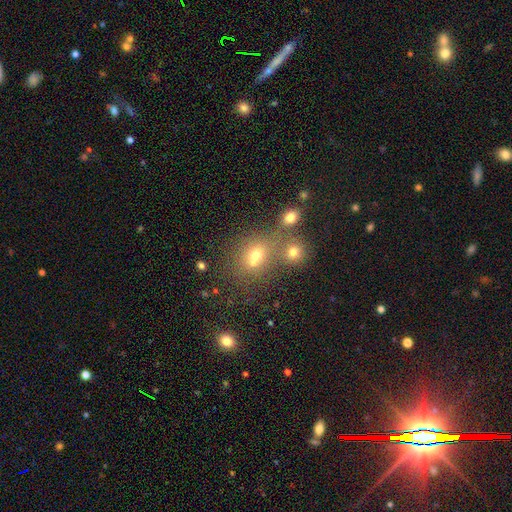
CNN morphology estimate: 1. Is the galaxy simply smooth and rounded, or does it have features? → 62% smooth, 22% star or artifact, 16% featured or disk.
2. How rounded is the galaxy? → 56% round, 42% in between, 2% cigar-shaped.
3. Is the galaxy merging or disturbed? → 43% none, 41% merger, 10% minor disturbance, 6% major disturbance.